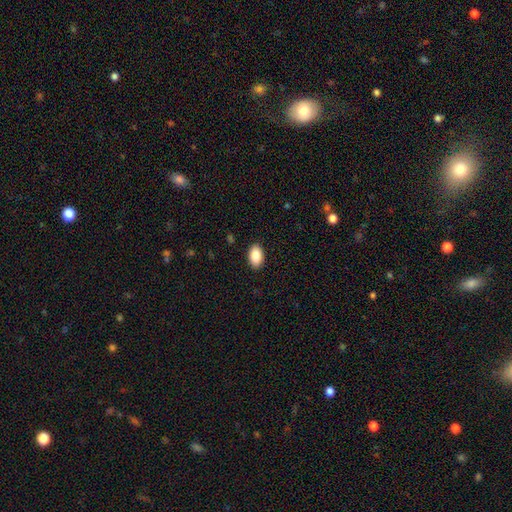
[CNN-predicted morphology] smooth-or-featured: smooth: 87% | star or artifact: 7% | featured or disk: 6%
  how-rounded: in between: 92% | round: 6% | cigar-shaped: 1%
  merging: none: 90% | minor disturbance: 7% | major disturbance: 2% | merger: 1%